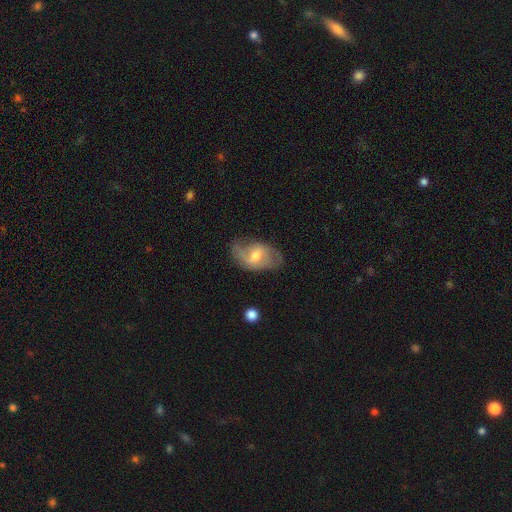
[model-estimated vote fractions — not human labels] A featured or disk galaxy (64%) with a weak bar (53%), 2 (70%) medium (43%) spiral arms (83%) and a moderate central bulge (65%).

Vote fractions:
- Smooth or featured? featured or disk: 64% / smooth: 30% / star or artifact: 6%
- Edge-on disk? no: 95% / yes: 5%
- Bar? weak: 53% / no: 32% / strong: 14%
- Spiral arms? yes: 83% / no: 17%
- Spiral winding? medium: 43% / loose: 37% / tight: 20%
- Spiral arm count? 2: 70% / can't tell: 15% / 1: 8% / 3: 4% / 4: 1% / more than 4: 1%
- Bulge size? moderate: 65% / small: 27% / large: 6% / none: 2% / dominant: 1%
- Merging? none: 61% / minor disturbance: 26% / major disturbance: 12% / merger: 2%